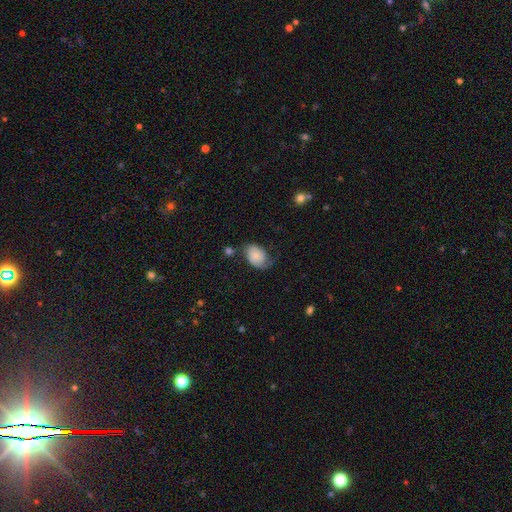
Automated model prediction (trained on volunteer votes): smooth_or_featured: smooth (p=0.66) [alt: featured or disk p=0.26]
how_rounded: in between (p=0.81) [alt: round p=0.18]
merging: none (p=0.42) [alt: minor disturbance p=0.35]